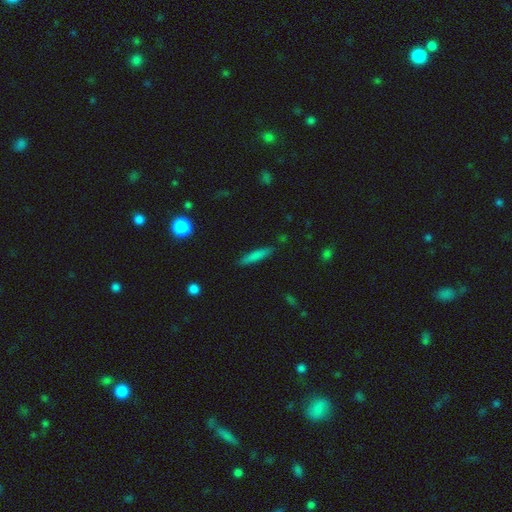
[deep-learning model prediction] A smooth galaxy with no disk features (77%) that is cigar-shaped (88%).

Vote fractions:
- Smooth or featured? smooth: 77% / featured or disk: 16% / star or artifact: 7%
- How rounded? cigar-shaped: 88% / in between: 11% / round: 2%
- Merging? none: 87% / minor disturbance: 10% / major disturbance: 2% / merger: 2%